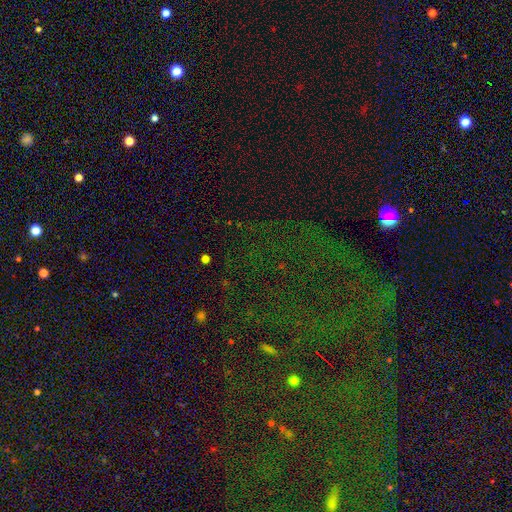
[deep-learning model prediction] smooth_or_featured: star or artifact (p=0.81) [alt: smooth p=0.11]